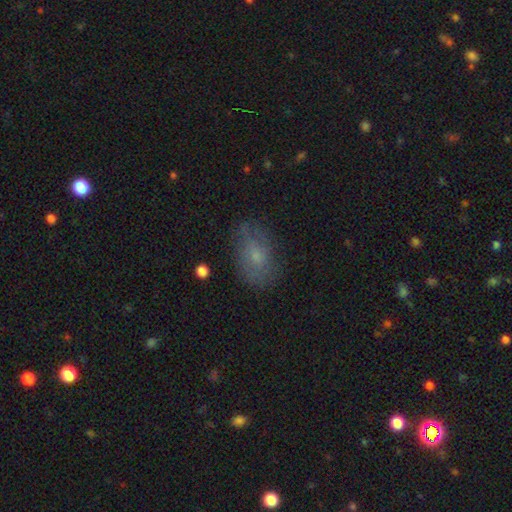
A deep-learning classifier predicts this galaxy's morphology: Q: Smooth or featured?
A: smooth (61%); runner-up: featured or disk (28%)
Q: How rounded?
A: in between (84%); runner-up: round (14%)
Q: Merging?
A: none (69%); runner-up: minor disturbance (21%)